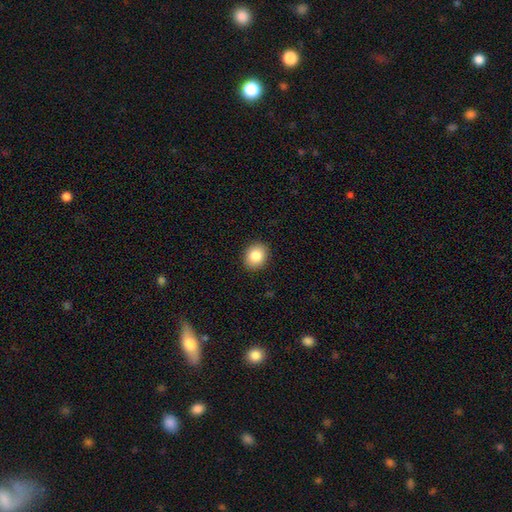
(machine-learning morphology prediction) type=smooth (84%); roundness=round (63%); merging=none (91%).